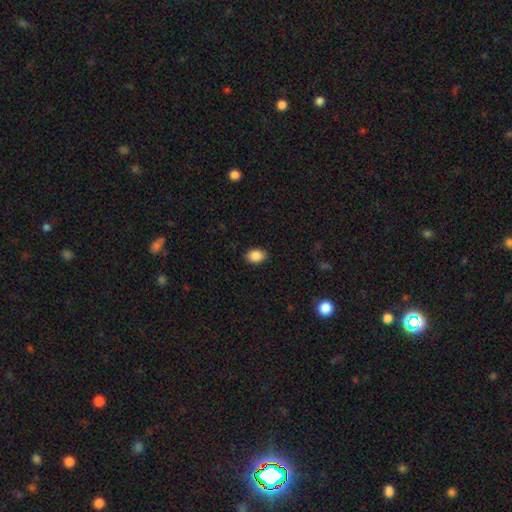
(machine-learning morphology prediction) A smooth galaxy with no disk features (87%) that is in between round and cigar-shaped (76%). Merging: none (88%).